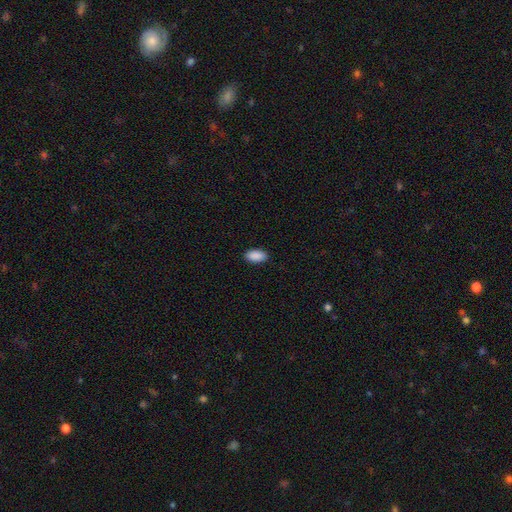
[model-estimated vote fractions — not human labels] The model was most divided on "merging": none: 90%, minor disturbance: 8%, major disturbance: 2%, merger: 1%. More confident: how rounded — in between (94%); smooth or featured — smooth (91%).